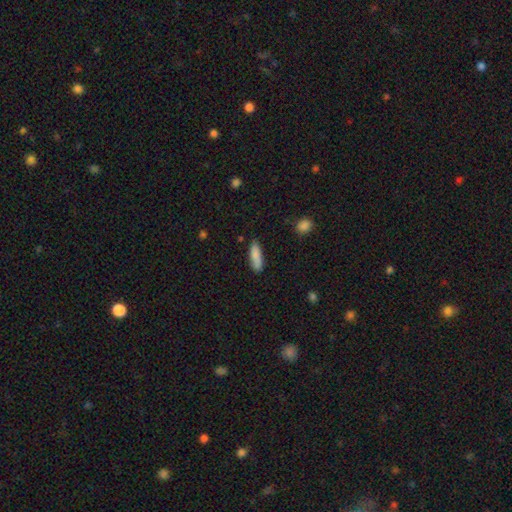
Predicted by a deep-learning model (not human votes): Overall: smooth (87%). How rounded: cigar-shaped (58%; in between 41%). Merging: none (81%).